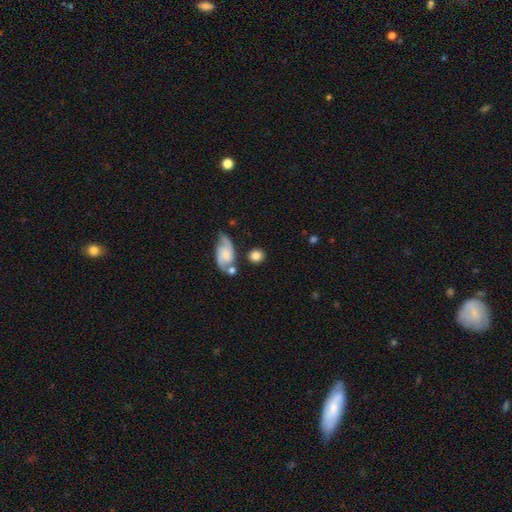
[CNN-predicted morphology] A smooth galaxy with no disk features (72%) that is round (80%). Merging: none (71%).